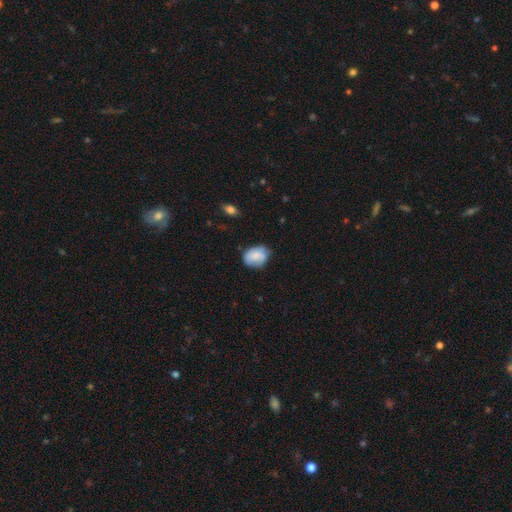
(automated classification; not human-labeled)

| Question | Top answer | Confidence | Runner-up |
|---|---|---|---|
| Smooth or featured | smooth | 67% | featured or disk (26%) |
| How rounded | in between | 60% | round (39%) |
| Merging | none | 63% | minor disturbance (28%) |